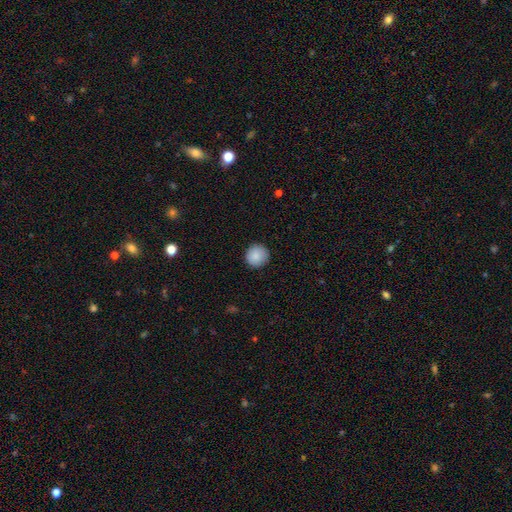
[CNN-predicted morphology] smooth-or-featured: smooth: 88% | star or artifact: 8% | featured or disk: 4%
  how-rounded: round: 94% | in between: 5% | cigar-shaped: 1%
  merging: none: 91% | minor disturbance: 6% | major disturbance: 2% | merger: 1%